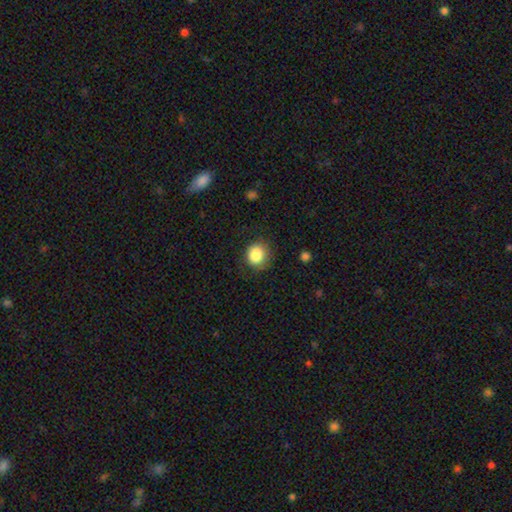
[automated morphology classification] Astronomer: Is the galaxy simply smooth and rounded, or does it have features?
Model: smooth — 86%.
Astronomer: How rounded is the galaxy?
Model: round — 80%.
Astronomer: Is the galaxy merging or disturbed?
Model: none — 77%.